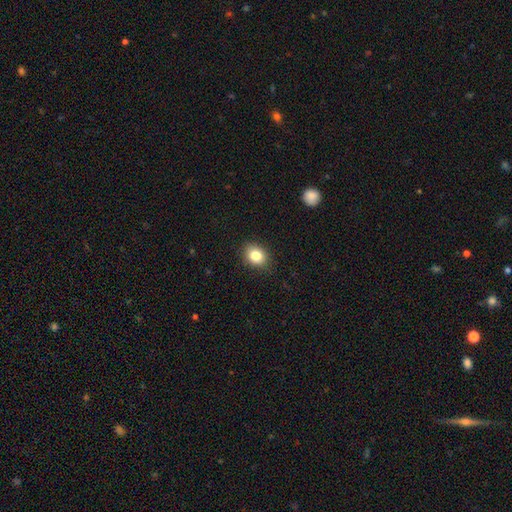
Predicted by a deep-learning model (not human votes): Smooth or featured? smooth (83%)
How rounded? in between (51%)
Merging? none (88%)